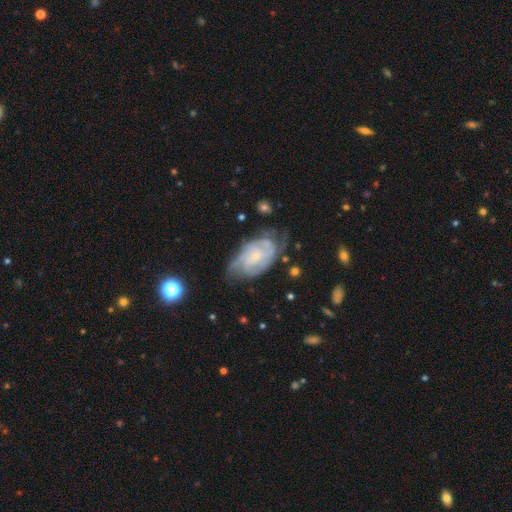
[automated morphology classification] type=featured or disk (77%); edge-on=no (96%); bar=no (69%); spiral arms=yes (89%); winding=tight (59%); arm count=can't tell (41%); bulge=small (72%); merging=none (56%).